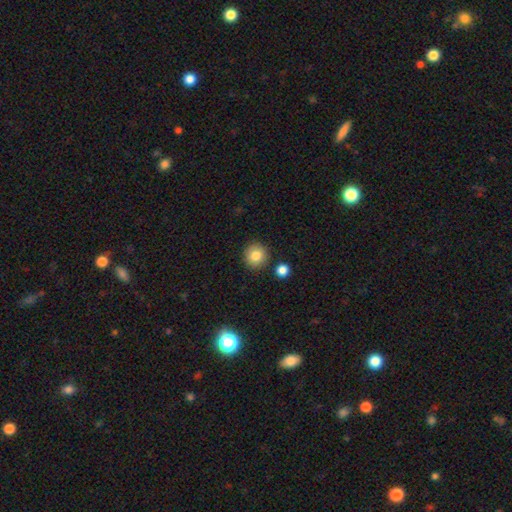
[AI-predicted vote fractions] smooth-or-featured: smooth: 83% | star or artifact: 10% | featured or disk: 7%
  how-rounded: round: 91% | in between: 8% | cigar-shaped: 1%
  merging: none: 87% | minor disturbance: 7% | merger: 4% | major disturbance: 2%